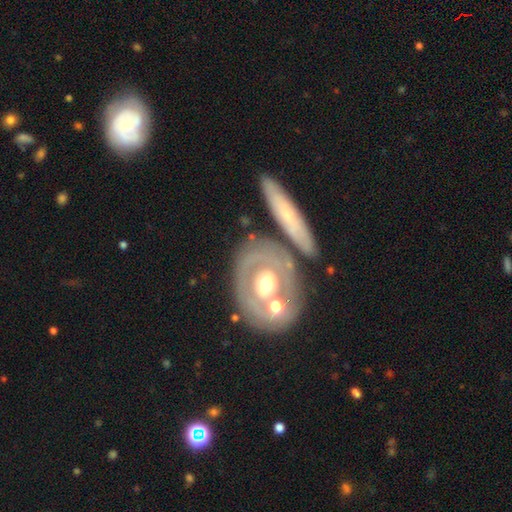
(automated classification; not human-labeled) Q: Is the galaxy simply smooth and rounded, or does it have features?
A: featured or disk — 67%.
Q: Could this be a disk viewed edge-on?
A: no — 87%.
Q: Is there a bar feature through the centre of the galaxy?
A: no — 78%.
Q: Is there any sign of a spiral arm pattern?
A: no — 58%.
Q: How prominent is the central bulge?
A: moderate — 71%.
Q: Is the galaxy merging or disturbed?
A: none — 65%.